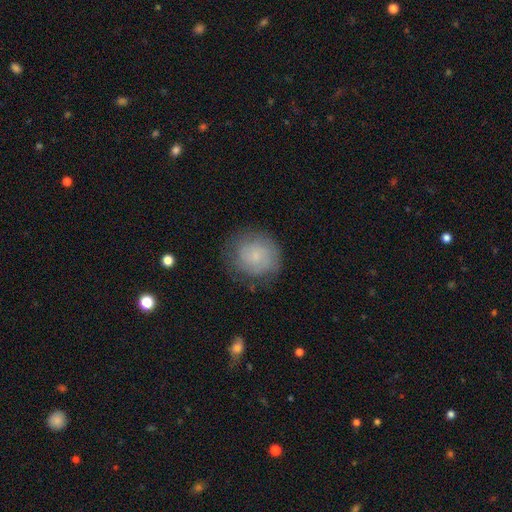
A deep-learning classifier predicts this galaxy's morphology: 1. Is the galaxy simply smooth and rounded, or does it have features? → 57% smooth, 34% featured or disk, 9% star or artifact.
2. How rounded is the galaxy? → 86% round, 13% in between, 1% cigar-shaped.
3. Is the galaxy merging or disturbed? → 73% none, 18% minor disturbance, 7% major disturbance, 1% merger.